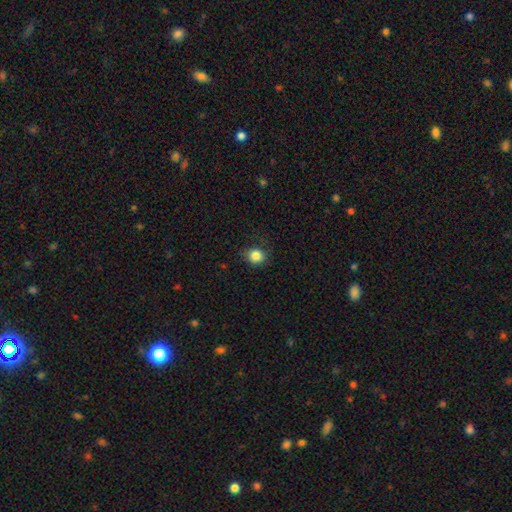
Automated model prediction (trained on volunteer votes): smooth 84%, star or artifact 11%, featured or disk 5%. Down the decision tree: how rounded — round (78%); merging — none (80%).